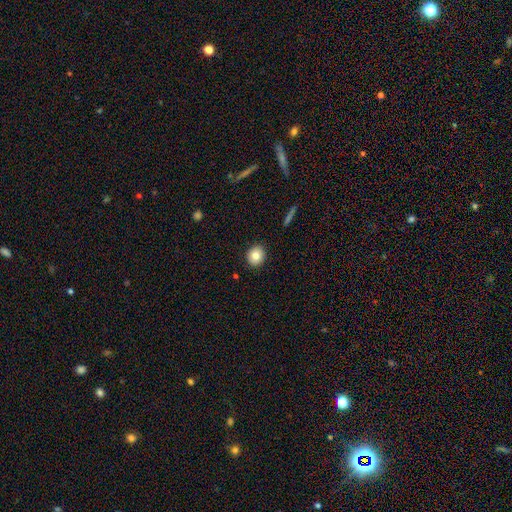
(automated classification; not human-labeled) Smooth or featured: smooth — 81% (featured or disk — 10%)
How rounded: round — 82% (in between — 17%)
Merging: none — 91% (minor disturbance — 6%)